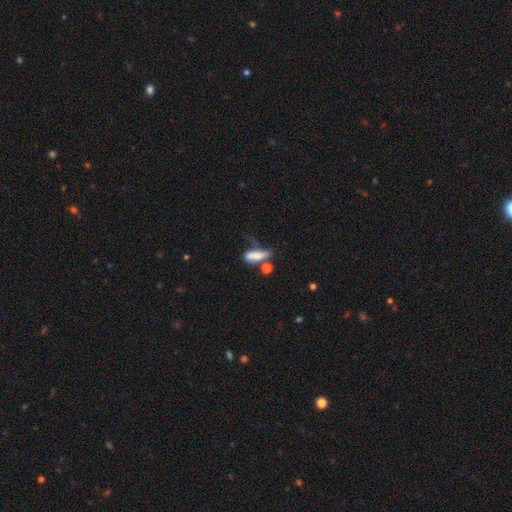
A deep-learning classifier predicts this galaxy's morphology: A smooth galaxy with no disk features (69%) that is in between round and cigar-shaped (52%). Merging: none (29%).